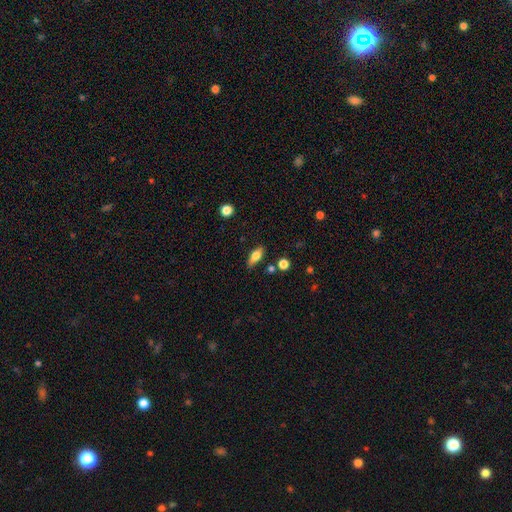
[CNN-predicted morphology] Smooth or featured? smooth (70%)
How rounded? in between (77%)
Merging? none (82%)